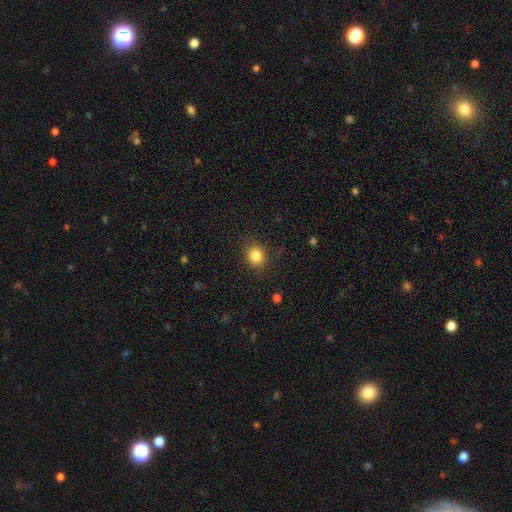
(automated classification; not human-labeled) Smooth or featured? Predicted: smooth (p=0.84). How rounded? Predicted: round (p=0.69). Merging? Predicted: none (p=0.88).